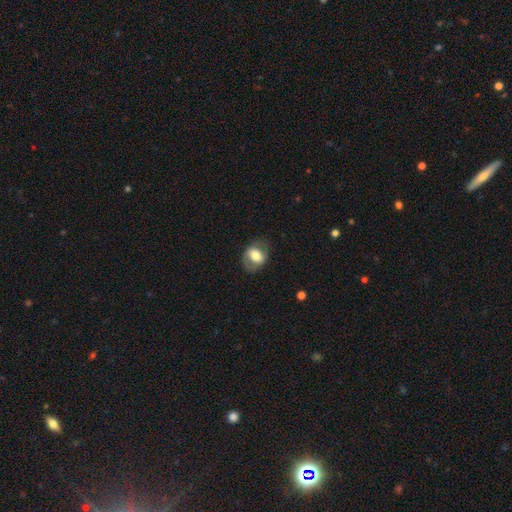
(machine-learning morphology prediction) Smooth or featured?
  - smooth: 55% *
  - featured or disk: 37%
  - star or artifact: 7%
How rounded?
  - in between: 67% *
  - round: 32%
  - cigar-shaped: 1%
Merging?
  - none: 68% *
  - minor disturbance: 19%
  - major disturbance: 12%
  - merger: 1%